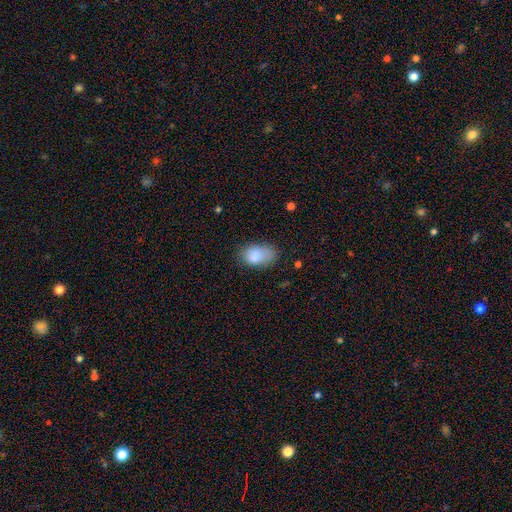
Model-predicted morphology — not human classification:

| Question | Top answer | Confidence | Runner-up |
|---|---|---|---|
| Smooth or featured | smooth | 84% | star or artifact (8%) |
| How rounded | in between | 90% | round (8%) |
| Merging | none | 64% | minor disturbance (25%) |